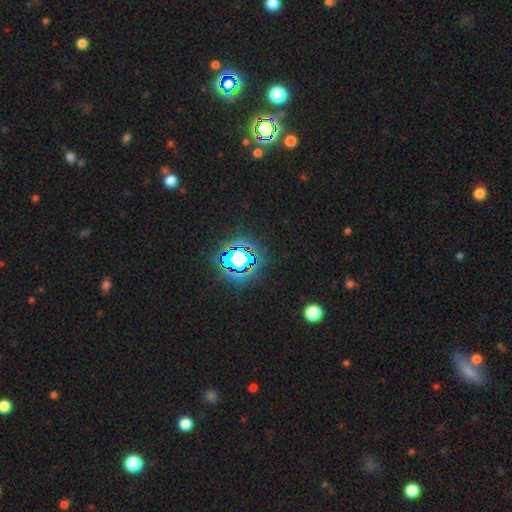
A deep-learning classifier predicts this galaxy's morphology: Smooth or featured: star or artifact — 82% (smooth — 11%)